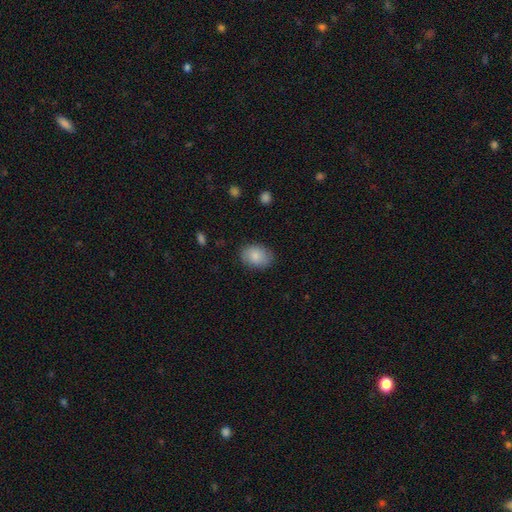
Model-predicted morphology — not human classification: A smooth galaxy with no disk features (84%) that is in between round and cigar-shaped (73%).

Vote fractions:
- Smooth or featured? smooth: 84% / featured or disk: 9% / star or artifact: 7%
- How rounded? in between: 73% / round: 26% / cigar-shaped: 1%
- Merging? none: 83% / minor disturbance: 13% / major disturbance: 3% / merger: 1%